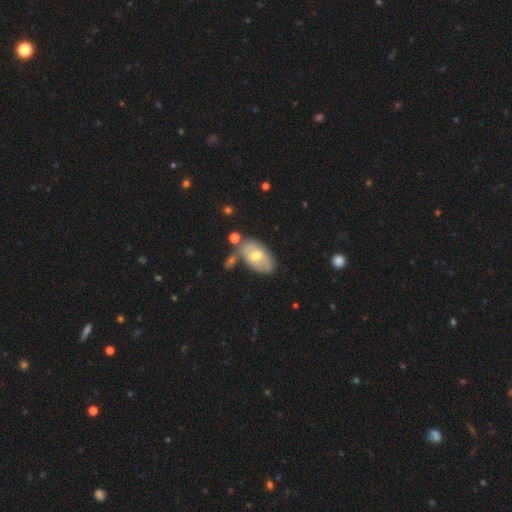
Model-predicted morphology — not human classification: A smooth galaxy with no disk features (50%).

Vote fractions:
- Smooth or featured? smooth: 50% / featured or disk: 44% / star or artifact: 7%
- Merging? none: 59% / minor disturbance: 19% / merger: 16% / major disturbance: 6%